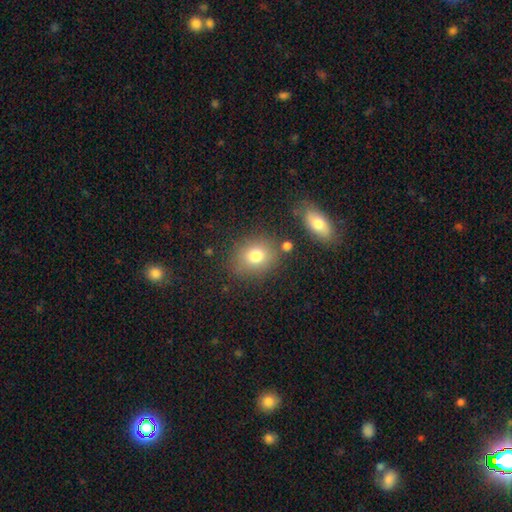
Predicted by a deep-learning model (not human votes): smooth_or_featured: smooth (p=0.77) [alt: star or artifact p=0.12]
how_rounded: round (p=0.63) [alt: in between p=0.36]
merging: none (p=0.75) [alt: minor disturbance p=0.13]